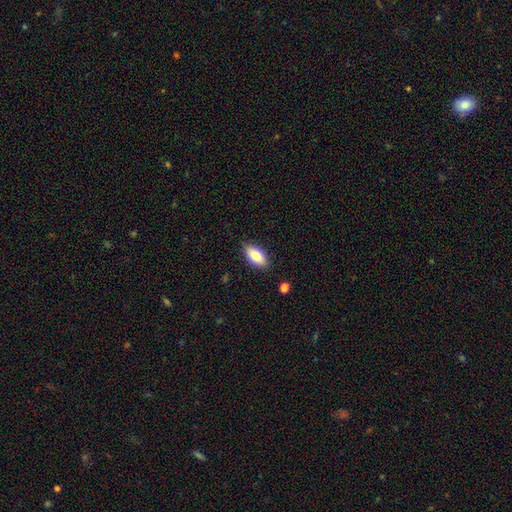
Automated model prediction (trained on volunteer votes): This is likely a smooth galaxy (80%). How rounded: clearly in between (89%). Merging: clearly none (86%).